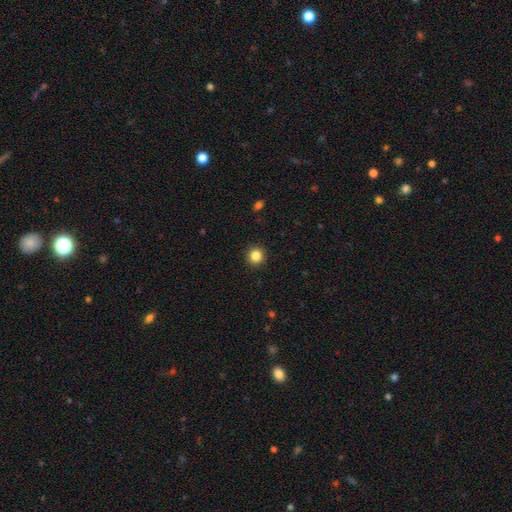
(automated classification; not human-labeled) smooth 85%, star or artifact 11%, featured or disk 4%. Down the decision tree: how rounded — round (93%); merging — none (92%).